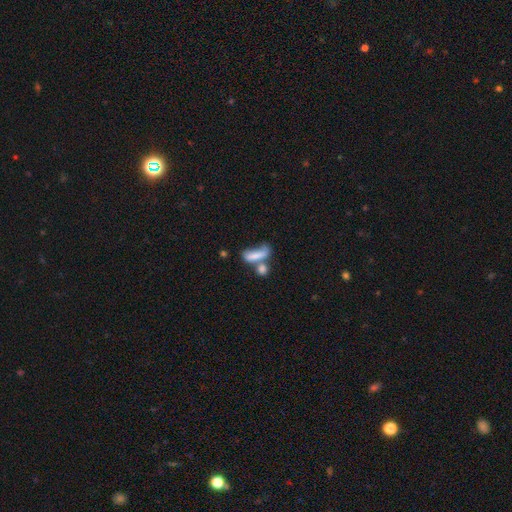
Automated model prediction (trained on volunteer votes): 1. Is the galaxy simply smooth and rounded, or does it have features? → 70% smooth, 20% featured or disk, 10% star or artifact.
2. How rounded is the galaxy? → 58% in between, 34% cigar-shaped, 7% round.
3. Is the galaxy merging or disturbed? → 49% merger, 23% none, 15% major disturbance, 13% minor disturbance.